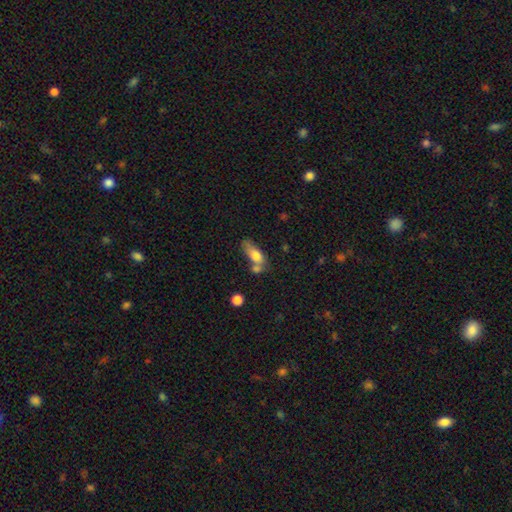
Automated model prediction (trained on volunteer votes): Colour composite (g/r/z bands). It shows a smooth galaxy with no disk features (71%) that is in between round and cigar-shaped (76%). Merging: merger (35%).